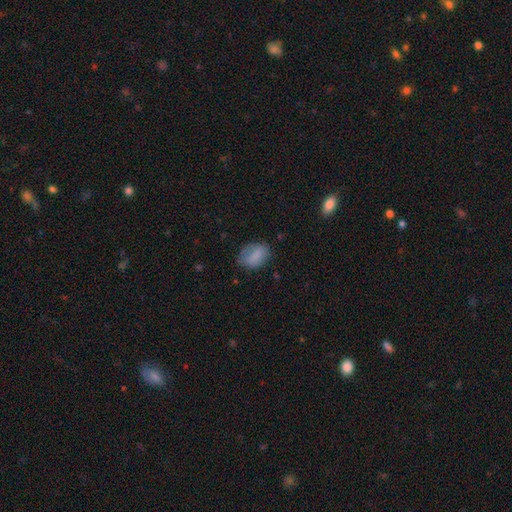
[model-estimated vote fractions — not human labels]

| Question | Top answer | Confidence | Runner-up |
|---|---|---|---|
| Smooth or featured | smooth | 77% | featured or disk (13%) |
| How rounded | in between | 80% | round (18%) |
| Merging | none | 63% | minor disturbance (26%) |